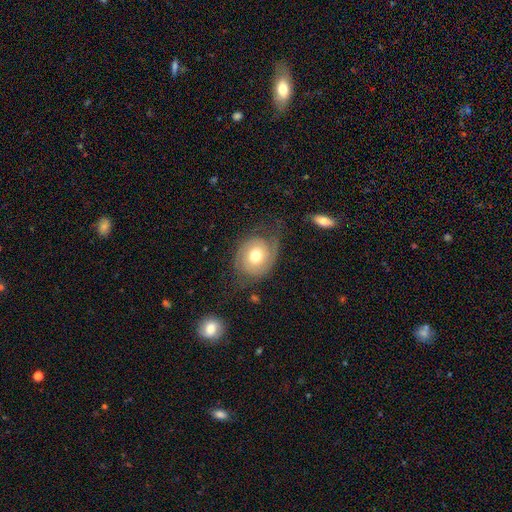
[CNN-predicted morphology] type=featured or disk (64%); edge-on=no (97%); bar=no (77%); spiral arms=yes (87%); winding=tight (43%); arm count=2 (74%); bulge=moderate (75%); merging=none (59%).